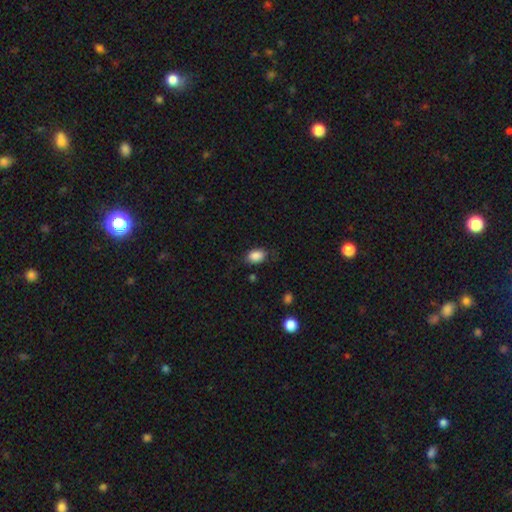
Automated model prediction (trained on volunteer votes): The model was most divided on "merging": none: 75%, minor disturbance: 19%, major disturbance: 5%, merger: 1%. More confident: smooth or featured — smooth (87%); how rounded — in between (84%).